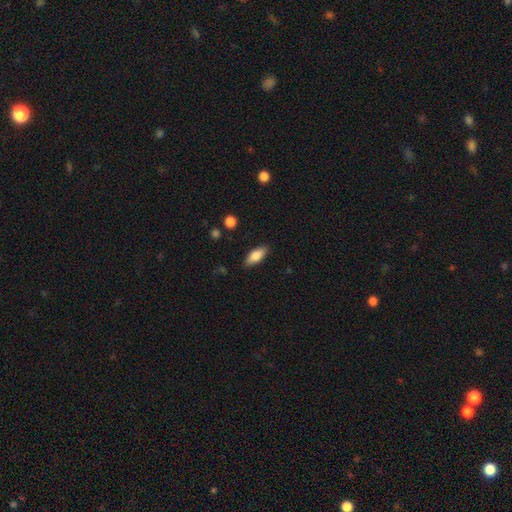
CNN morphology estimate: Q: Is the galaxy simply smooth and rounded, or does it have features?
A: smooth — 80%.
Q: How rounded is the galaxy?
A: in between — 79%.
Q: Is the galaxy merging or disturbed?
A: none — 86%.